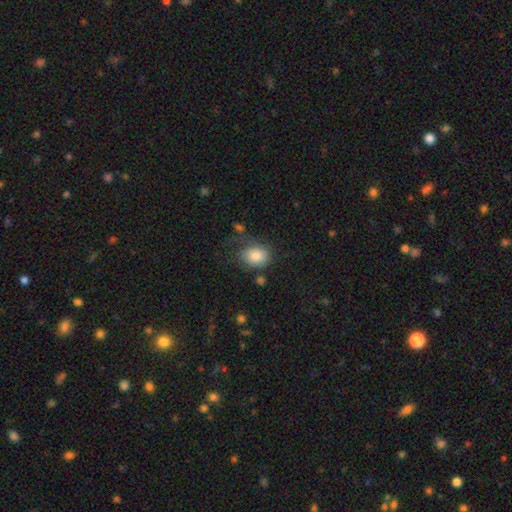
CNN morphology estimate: Smooth or featured: smooth — 81% (featured or disk — 11%)
How rounded: in between — 60% (round — 39%)
Merging: none — 54% (minor disturbance — 24%)